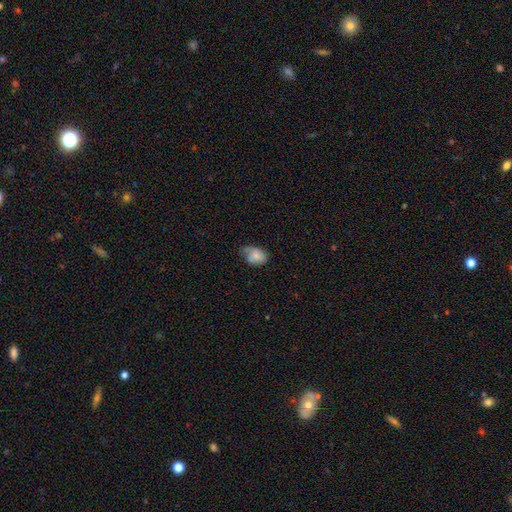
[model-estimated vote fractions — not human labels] Smooth or featured?
  - smooth: 69% *
  - featured or disk: 23%
  - star or artifact: 8%
How rounded?
  - in between: 79% *
  - round: 20%
  - cigar-shaped: 1%
Merging?
  - minor disturbance: 40% *
  - none: 39%
  - major disturbance: 19%
  - merger: 2%